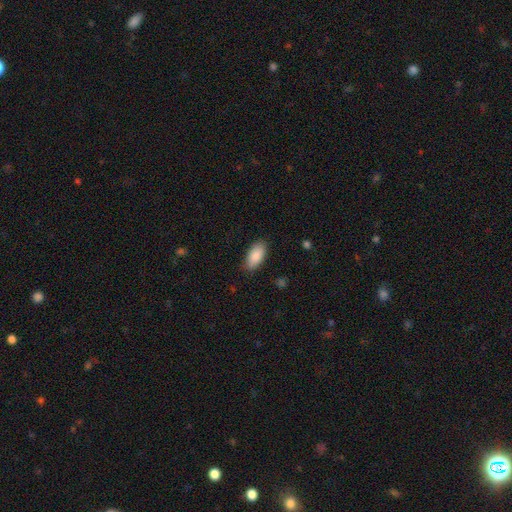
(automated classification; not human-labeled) Overall: smooth (89%). How rounded: in between (92%). Merging: none (85%).